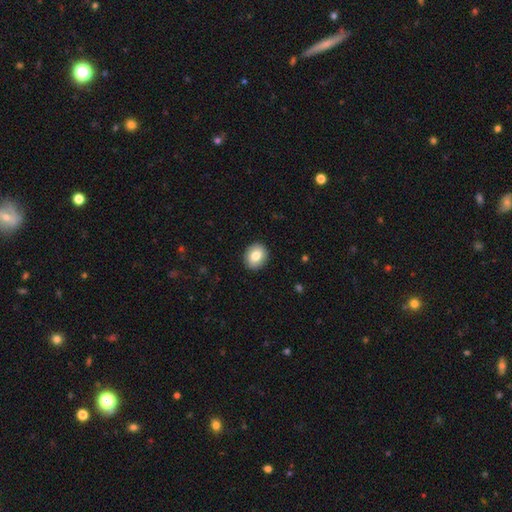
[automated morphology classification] smooth_or_featured: smooth (p=0.80) [alt: featured or disk p=0.12]
how_rounded: round (p=0.59) [alt: in between p=0.40]
merging: none (p=0.91) [alt: minor disturbance p=0.06]